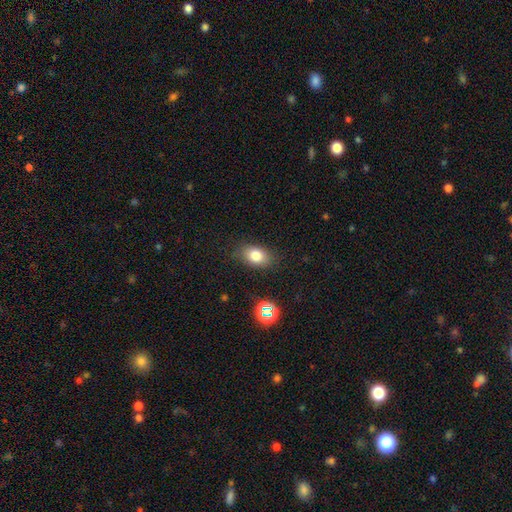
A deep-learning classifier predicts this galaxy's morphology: Smooth or featured?
  - smooth: 80% *
  - star or artifact: 11%
  - featured or disk: 10%
How rounded?
  - in between: 83% *
  - round: 15%
  - cigar-shaped: 2%
Merging?
  - none: 81% *
  - minor disturbance: 13%
  - major disturbance: 4%
  - merger: 2%